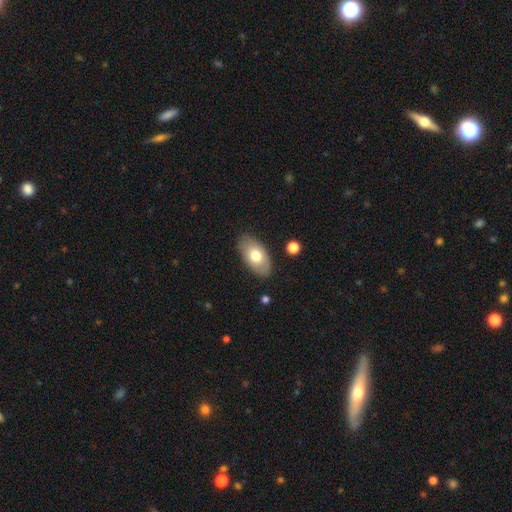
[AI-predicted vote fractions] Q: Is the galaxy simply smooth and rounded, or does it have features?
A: smooth — 71%.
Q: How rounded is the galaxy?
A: in between — 94%.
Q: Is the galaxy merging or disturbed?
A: none — 83%.